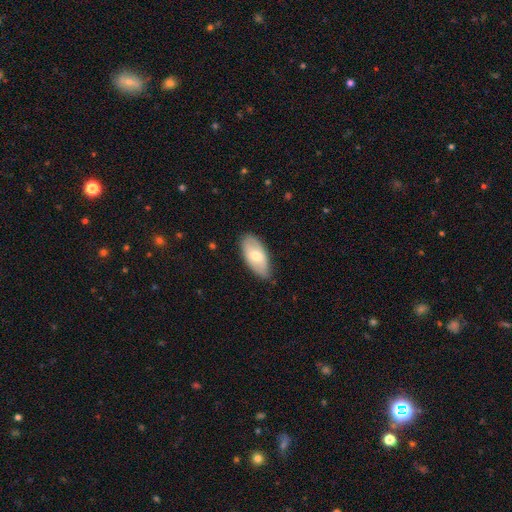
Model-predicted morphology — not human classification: type=smooth (62%); roundness=in between (93%); merging=none (77%).